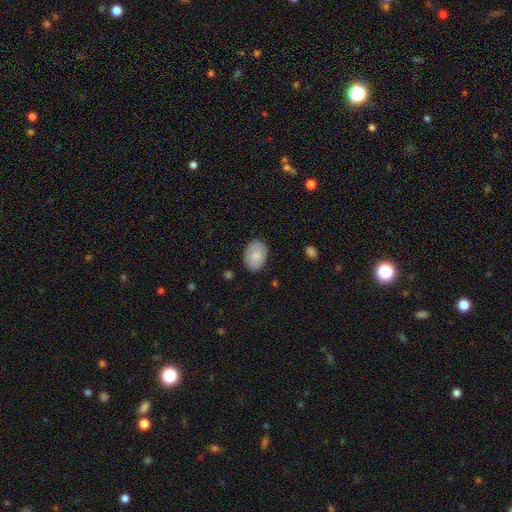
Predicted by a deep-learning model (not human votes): smooth-or-featured: smooth: 84% | featured or disk: 10% | star or artifact: 6%
  how-rounded: in between: 81% | round: 18% | cigar-shaped: 1%
  merging: none: 83% | minor disturbance: 13% | major disturbance: 3% | merger: 1%